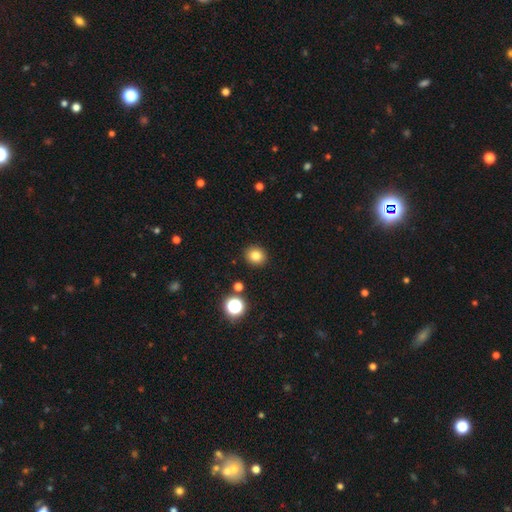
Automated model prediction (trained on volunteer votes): This is clearly a smooth galaxy (81%). How rounded: clearly round (82%). Merging: clearly none (91%).